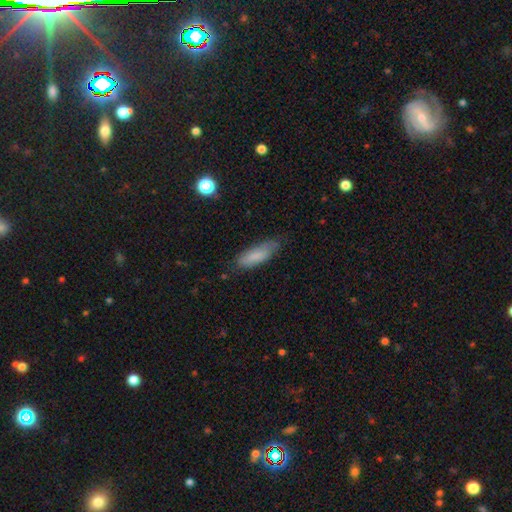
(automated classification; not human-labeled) A smooth galaxy with no disk features (82%) that is in between round and cigar-shaped (54%). Merging: none (69%).